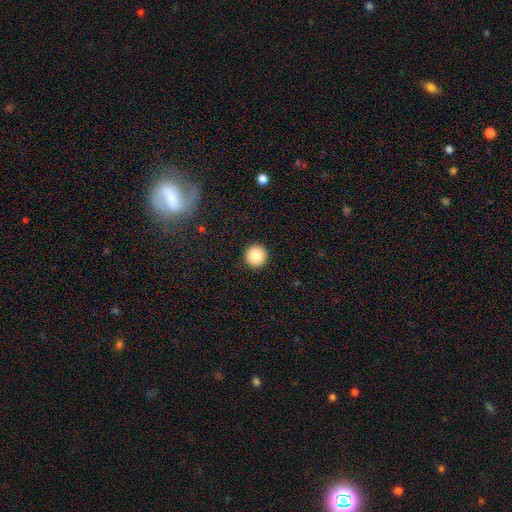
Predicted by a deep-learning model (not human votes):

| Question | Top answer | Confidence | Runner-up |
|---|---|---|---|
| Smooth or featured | smooth | 86% | star or artifact (9%) |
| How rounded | round | 96% | in between (3%) |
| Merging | none | 93% | minor disturbance (4%) |